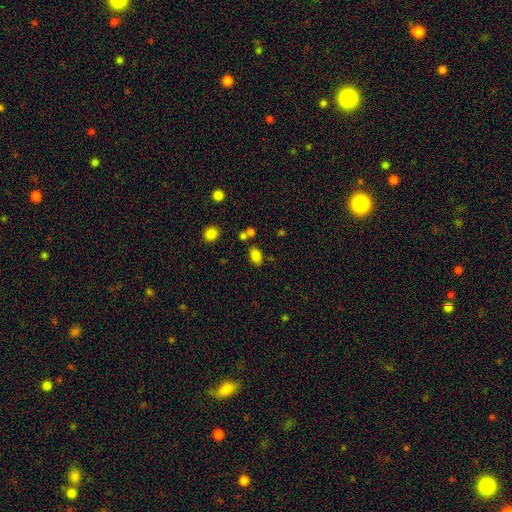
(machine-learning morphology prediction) Smooth or featured?
  - smooth: 82% *
  - star or artifact: 12%
  - featured or disk: 5%
How rounded?
  - in between: 84% *
  - round: 15%
  - cigar-shaped: 1%
Merging?
  - none: 70% *
  - minor disturbance: 13%
  - merger: 12%
  - major disturbance: 4%